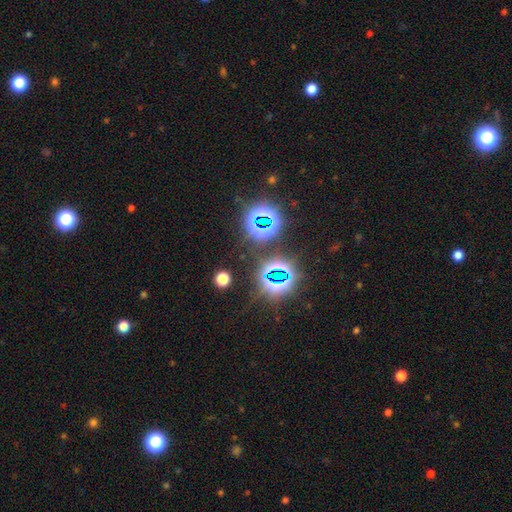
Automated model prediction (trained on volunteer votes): star or artifact 76%, smooth 13%, featured or disk 11%.